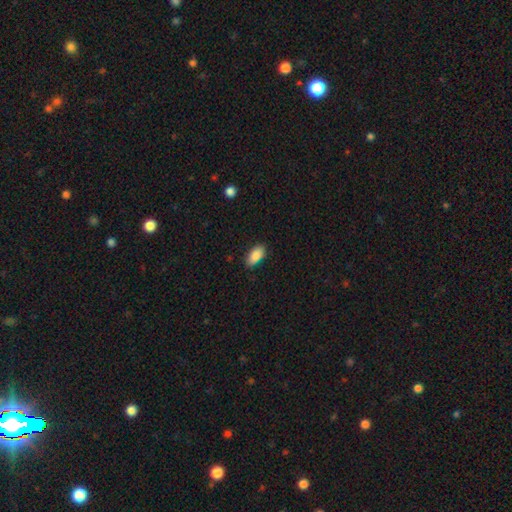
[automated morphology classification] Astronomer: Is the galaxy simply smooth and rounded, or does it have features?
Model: smooth — 89%.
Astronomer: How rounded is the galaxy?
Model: in between — 92%.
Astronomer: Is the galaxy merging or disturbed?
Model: none — 81%.